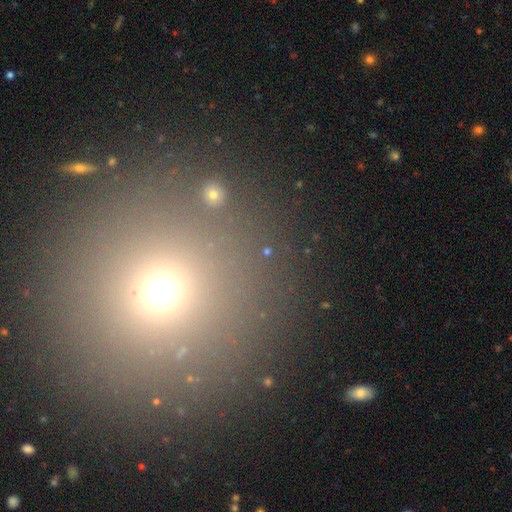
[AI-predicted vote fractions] smooth_or_featured: smooth (p=0.63) [alt: star or artifact p=0.28]
how_rounded: round (p=0.94) [alt: in between p=0.05]
merging: none (p=0.88) [alt: minor disturbance p=0.06]